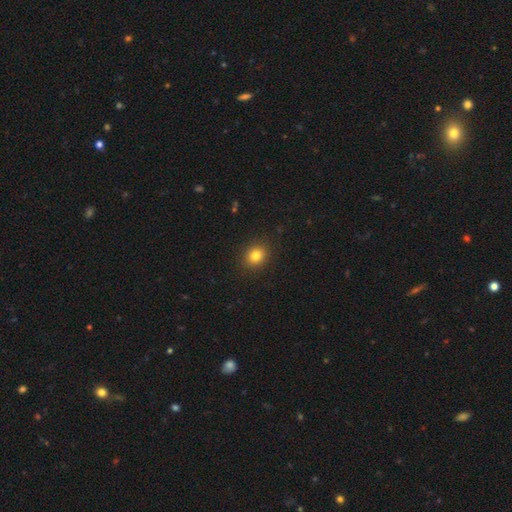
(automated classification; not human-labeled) The model was most divided on "how rounded": round: 62%, in between: 37%, cigar-shaped: 1%. More confident: merging — none (89%); smooth or featured — smooth (82%).